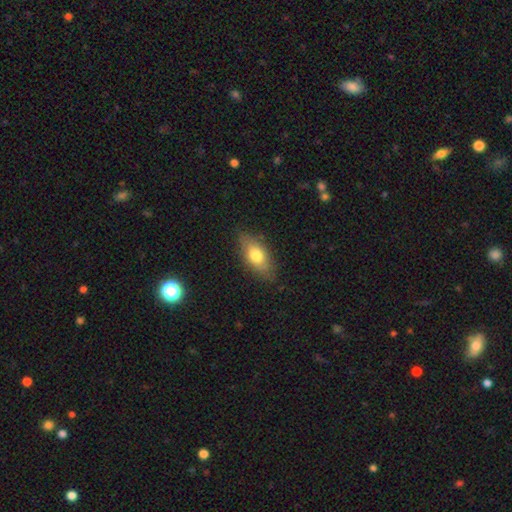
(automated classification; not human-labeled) smooth-or-featured: smooth: 70% | featured or disk: 22% | star or artifact: 7%
  how-rounded: in between: 82% | cigar-shaped: 11% | round: 6%
  merging: none: 78% | minor disturbance: 17% | major disturbance: 4% | merger: 1%